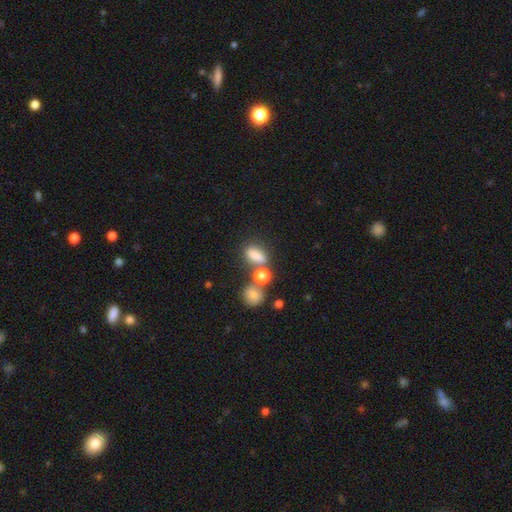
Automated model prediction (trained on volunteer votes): Q: Smooth or featured?
A: smooth (79%); runner-up: star or artifact (13%)
Q: How rounded?
A: in between (64%); runner-up: round (23%)
Q: Merging?
A: none (54%); runner-up: merger (25%)